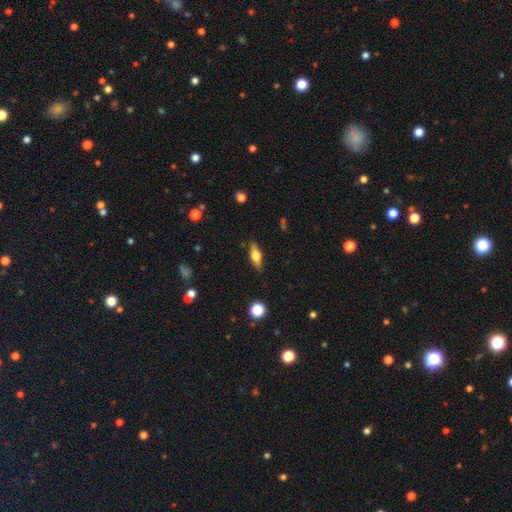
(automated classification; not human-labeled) A smooth galaxy with no disk features (54%) that is in between round and cigar-shaped (58%). Merging: none (87%).